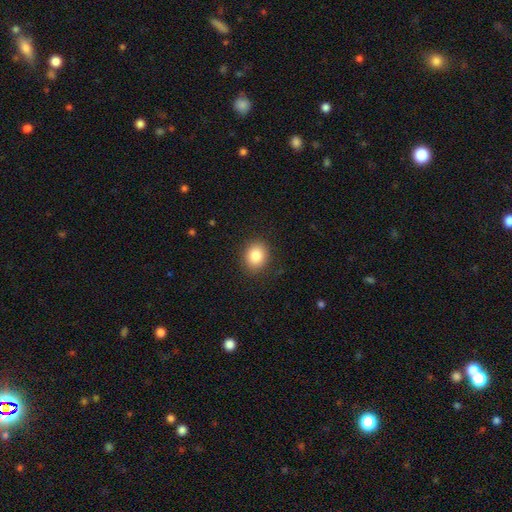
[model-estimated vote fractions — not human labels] This appears to be a smooth galaxy with no disk features (84%) that is round (68%). Merging: none (89%).